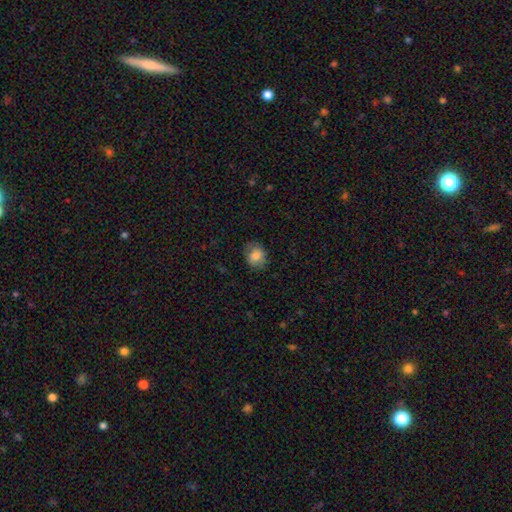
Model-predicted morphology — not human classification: smooth-or-featured: smooth: 81% | featured or disk: 11% | star or artifact: 8%
  how-rounded: round: 52% | in between: 47% | cigar-shaped: 1%
  merging: none: 76% | minor disturbance: 18% | major disturbance: 5% | merger: 1%